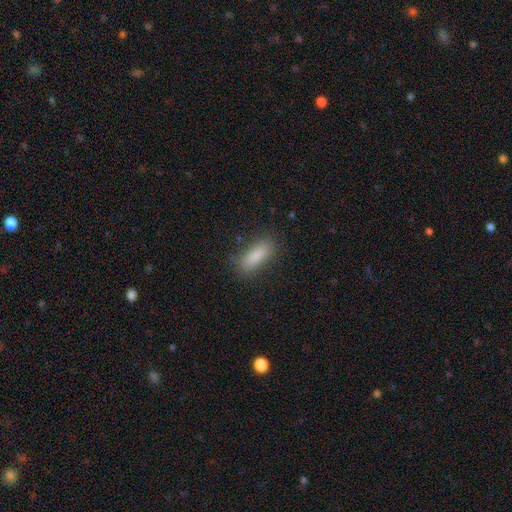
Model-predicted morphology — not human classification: smooth 86%, star or artifact 7%, featured or disk 7%. Down the decision tree: how rounded — in between (66%); merging — none (82%).